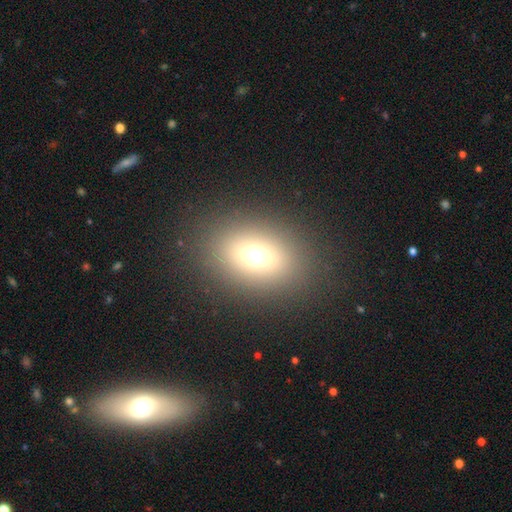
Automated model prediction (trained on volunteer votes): Smooth or featured?
  - smooth: 66% *
  - star or artifact: 20%
  - featured or disk: 15%
How rounded?
  - in between: 63% *
  - round: 35%
  - cigar-shaped: 2%
Merging?
  - none: 86% *
  - minor disturbance: 8%
  - major disturbance: 5%
  - merger: 2%